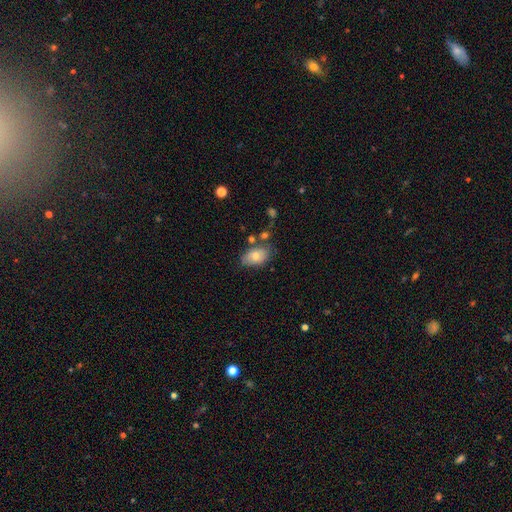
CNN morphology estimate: Smooth or featured? smooth (71%)
How rounded? in between (87%)
Merging? none (61%)